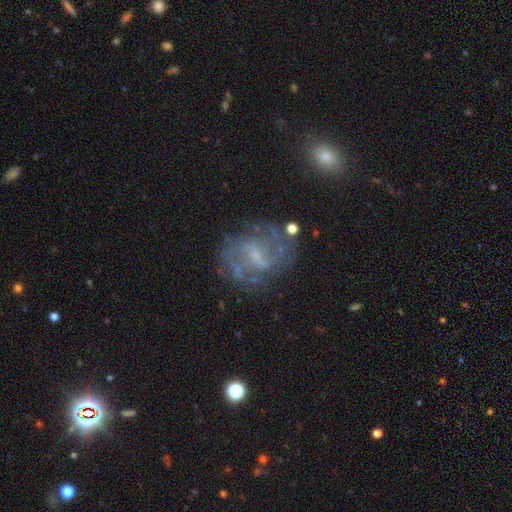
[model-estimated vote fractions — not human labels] smooth-or-featured: featured or disk: 80% | smooth: 10% | star or artifact: 9%
  disk-edge-on: no: 98% | yes: 2%
    bar: weak: 58% | no: 23% | strong: 19%
    has-spiral-arms: yes: 89% | no: 11%
      spiral-winding: medium: 47% | loose: 30% | tight: 23%
      spiral-arm-count: 2: 53% | can't tell: 23% | 3: 11% | 4: 5% | 1: 4% | more than 4: 4%
    bulge-size: small: 62% | moderate: 18% | none: 17% | large: 1% | dominant: 1%
  merging: none: 66% | minor disturbance: 17% | major disturbance: 13% | merger: 4%